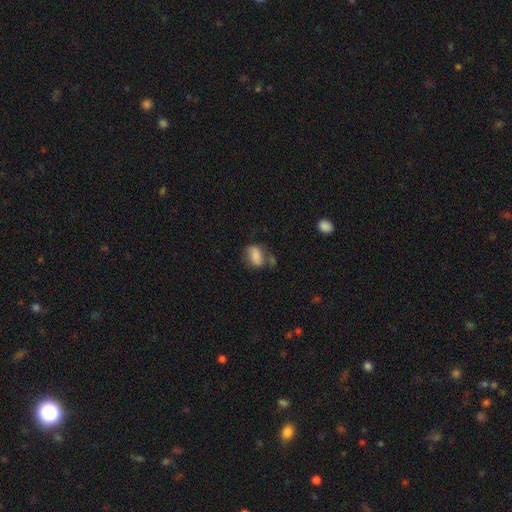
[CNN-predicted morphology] This appears to be a smooth galaxy with no disk features (72%) that is in between round and cigar-shaped (82%). Merging: none (48%).